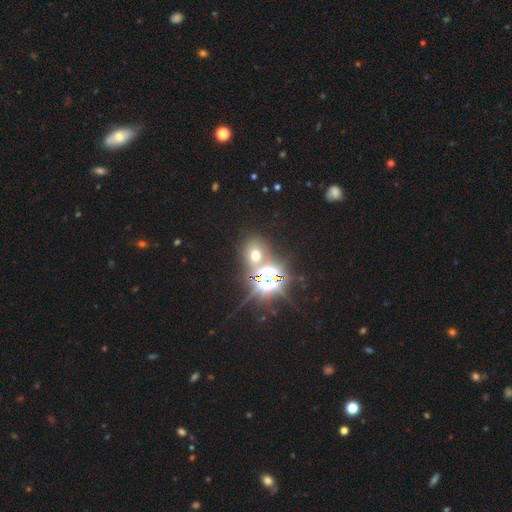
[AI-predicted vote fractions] Smooth or featured? Predicted: star or artifact (p=0.49).